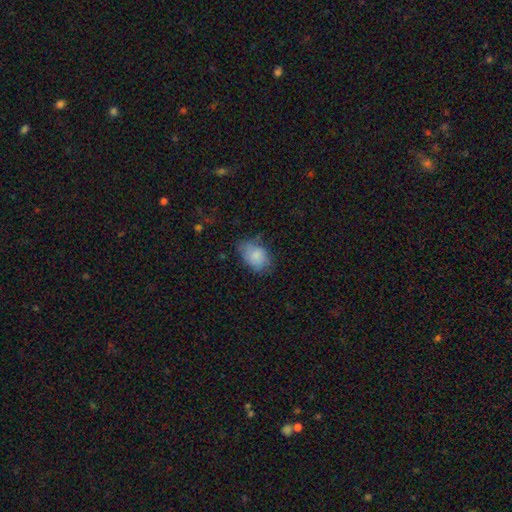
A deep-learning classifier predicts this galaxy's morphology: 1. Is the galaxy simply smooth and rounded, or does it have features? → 82% smooth, 10% featured or disk, 8% star or artifact.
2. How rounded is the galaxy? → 80% in between, 19% round, 1% cigar-shaped.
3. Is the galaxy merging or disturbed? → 55% none, 32% minor disturbance, 11% major disturbance, 2% merger.